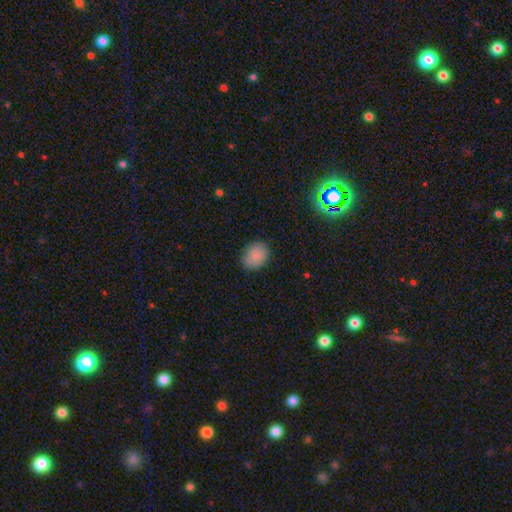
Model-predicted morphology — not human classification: The model was most divided on "how rounded": in between: 60%, round: 39%, cigar-shaped: 1%. More confident: smooth or featured — smooth (86%); merging — none (84%).